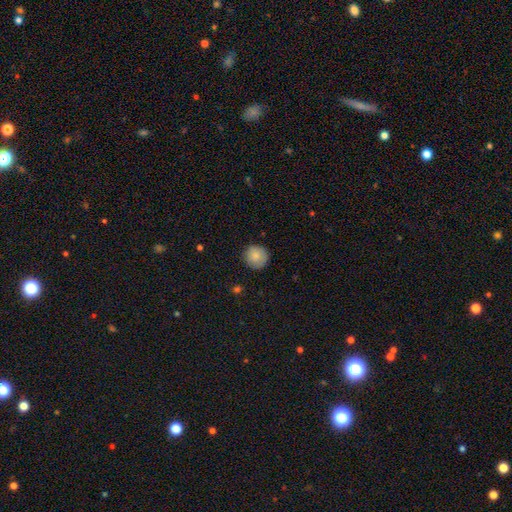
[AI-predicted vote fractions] This appears to be a smooth galaxy with no disk features (85%) that is round (93%). Merging: none (87%).